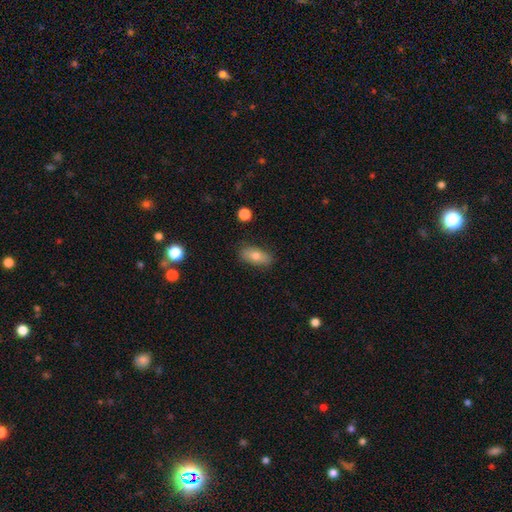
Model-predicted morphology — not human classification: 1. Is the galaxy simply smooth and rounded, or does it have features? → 75% smooth, 17% featured or disk, 8% star or artifact.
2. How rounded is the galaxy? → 84% in between, 12% cigar-shaped, 5% round.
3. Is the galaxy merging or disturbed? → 85% none, 11% minor disturbance, 2% major disturbance, 1% merger.